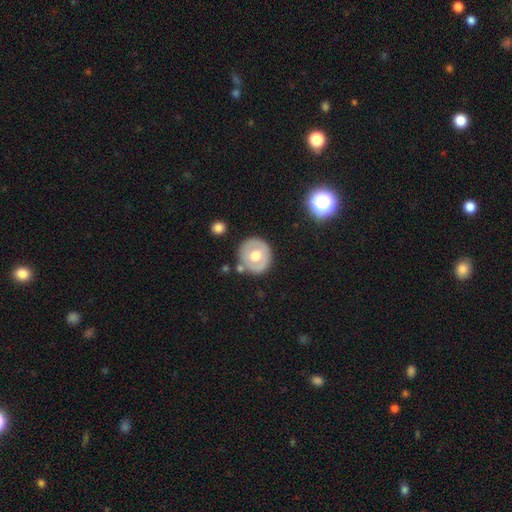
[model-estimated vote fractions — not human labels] Smooth or featured? Predicted: smooth (p=0.50). How rounded? Predicted: round (p=0.87). Merging? Predicted: none (p=0.80).